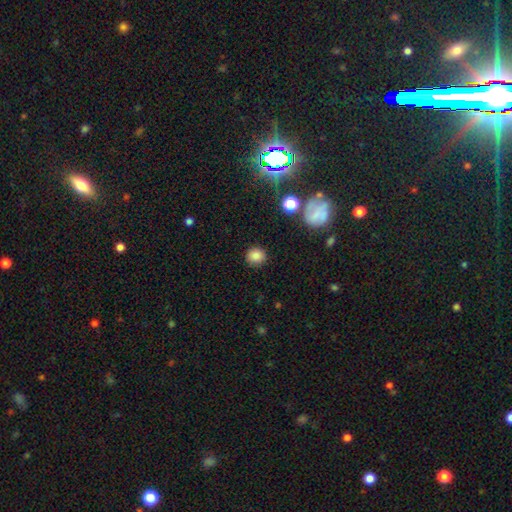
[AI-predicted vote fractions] A smooth galaxy with no disk features (83%) that is round (84%). Merging: none (87%).